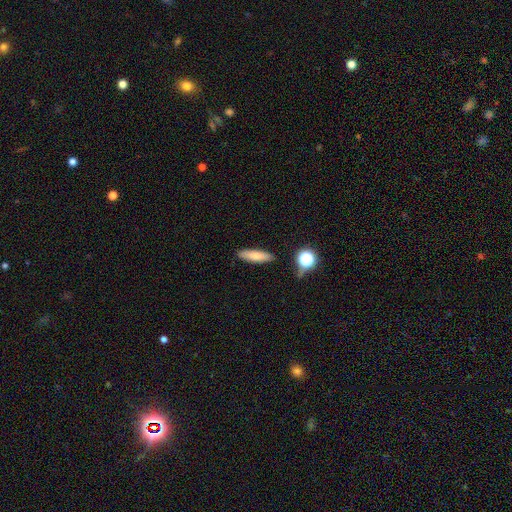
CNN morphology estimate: Smooth or featured: smooth — 74% (featured or disk — 18%)
How rounded: cigar-shaped — 64% (in between — 33%)
Merging: none — 85% (minor disturbance — 10%)